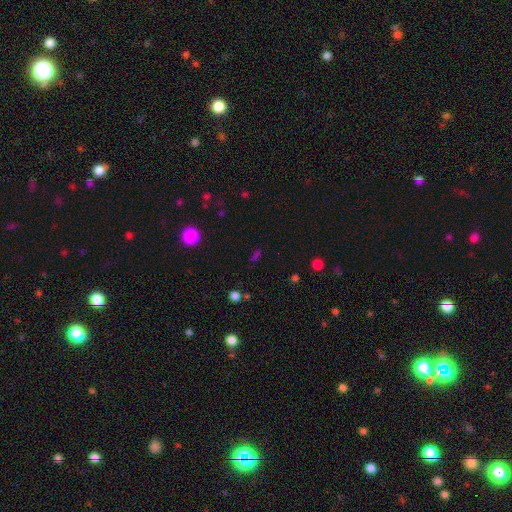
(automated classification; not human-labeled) This appears to be a star or artifact, not a galaxy (46%).